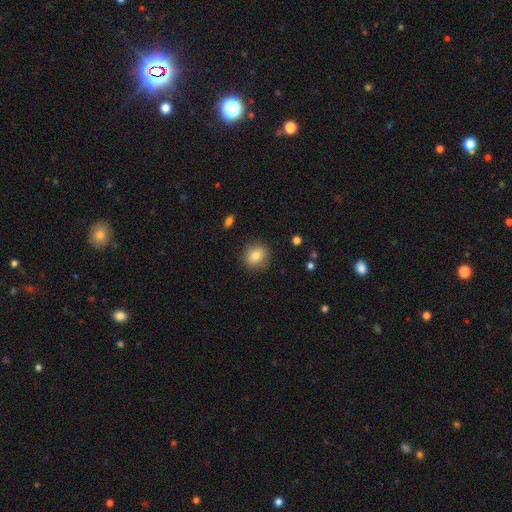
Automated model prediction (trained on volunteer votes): Smooth or featured: smooth — 80% (featured or disk — 10%)
How rounded: round — 82% (in between — 17%)
Merging: none — 88% (minor disturbance — 8%)